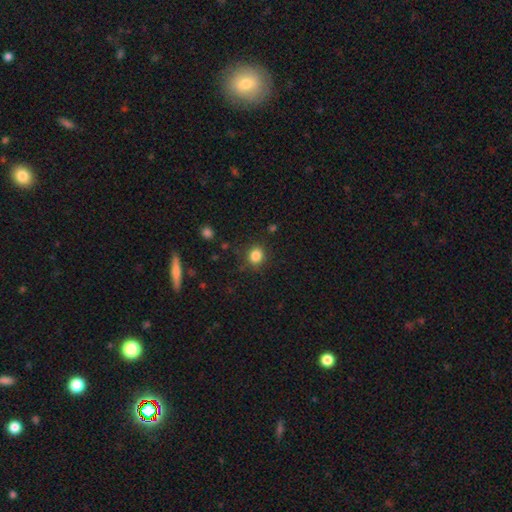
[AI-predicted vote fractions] A smooth galaxy with no disk features (84%) that is round (73%). Merging: none (84%).